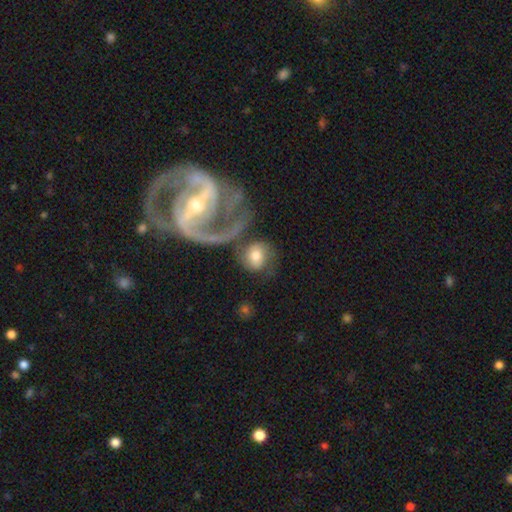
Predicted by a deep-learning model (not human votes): This is possibly a smooth galaxy (52%). How rounded: likely round (76%). Merging: possibly none (51%).